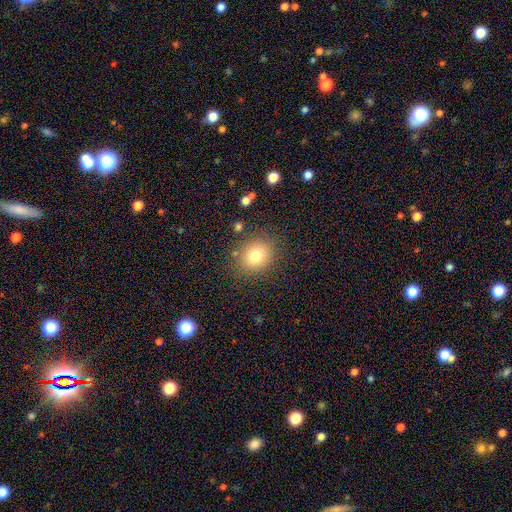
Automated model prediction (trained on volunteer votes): smooth 77%, star or artifact 13%, featured or disk 10%. Down the decision tree: how rounded — round (70%); merging — none (82%).